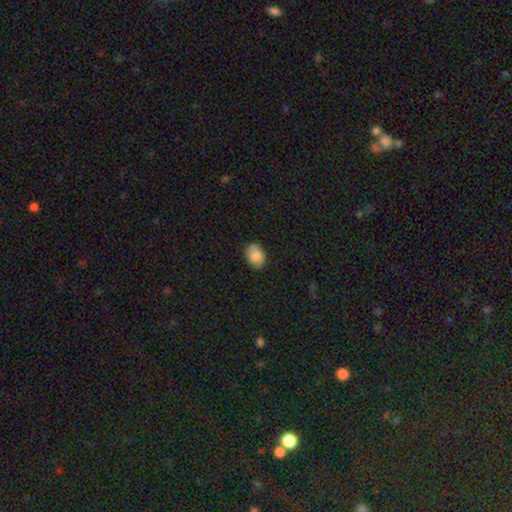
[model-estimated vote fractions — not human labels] A smooth galaxy with no disk features (87%) that is in between round and cigar-shaped (76%).

Vote fractions:
- Smooth or featured? smooth: 87% / star or artifact: 7% / featured or disk: 6%
- How rounded? in between: 76% / round: 23% / cigar-shaped: 1%
- Merging? none: 85% / minor disturbance: 12% / major disturbance: 2% / merger: 1%